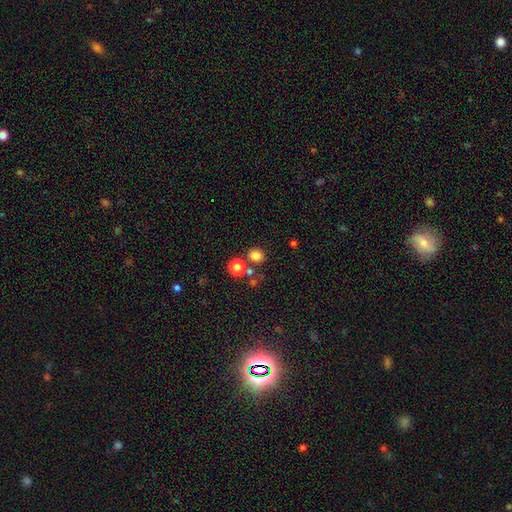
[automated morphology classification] smooth_or_featured: smooth (p=0.80) [alt: star or artifact p=0.15]
how_rounded: round (p=0.80) [alt: in between p=0.19]
merging: none (p=0.75) [alt: merger p=0.14]